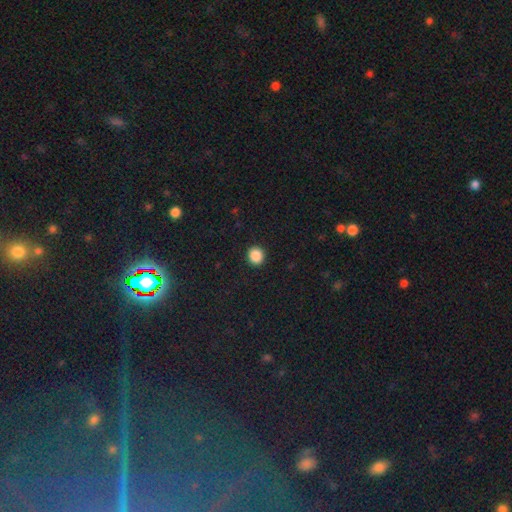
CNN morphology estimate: Q: Smooth or featured?
A: smooth (88%); runner-up: star or artifact (10%)
Q: How rounded?
A: round (87%); runner-up: in between (12%)
Q: Merging?
A: none (92%); runner-up: minor disturbance (5%)